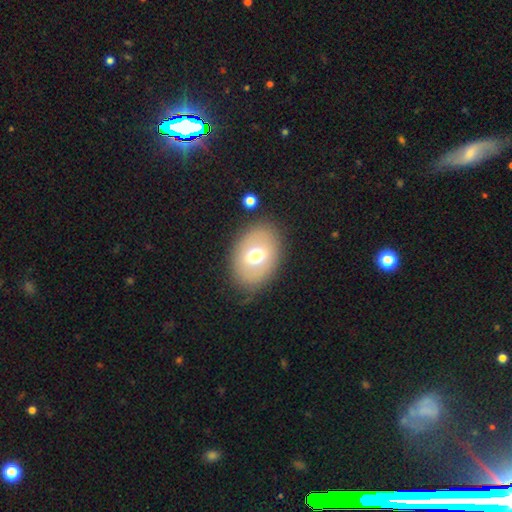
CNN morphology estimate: Smooth or featured?
  - smooth: 62% *
  - featured or disk: 27%
  - star or artifact: 10%
How rounded?
  - in between: 73% *
  - round: 26%
  - cigar-shaped: 1%
Merging?
  - none: 79% *
  - minor disturbance: 13%
  - major disturbance: 6%
  - merger: 2%